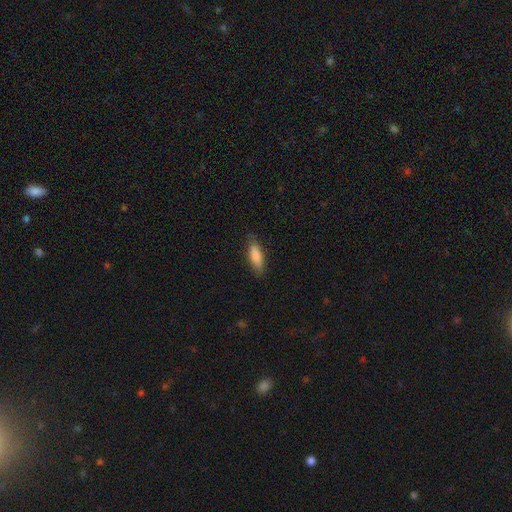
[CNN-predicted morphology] Overall: smooth (81%). How rounded: in between (57%; cigar-shaped 41%). Merging: none (82%).